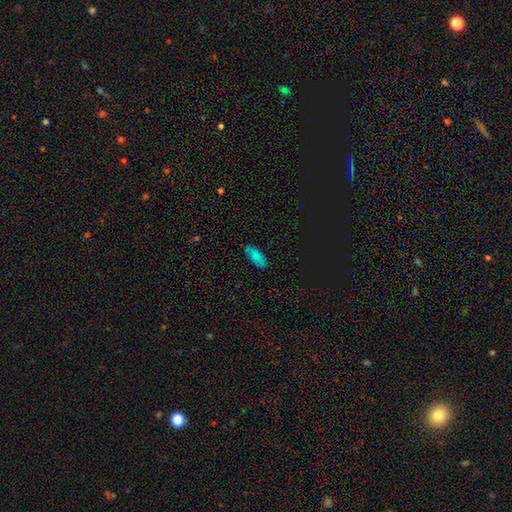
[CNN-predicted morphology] This appears to be a smooth galaxy with no disk features (70%) that is in between round and cigar-shaped (82%). Merging: none (84%).